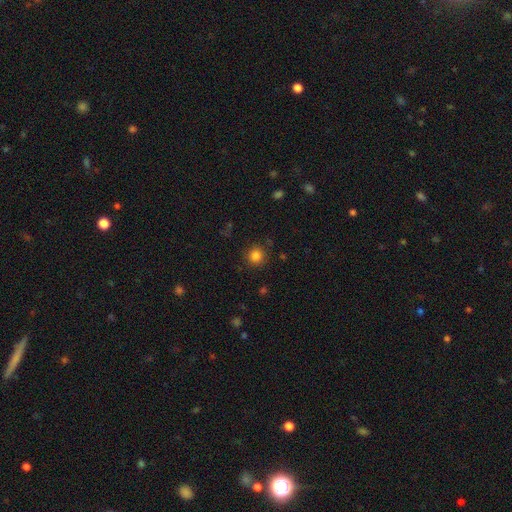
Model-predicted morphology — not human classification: A smooth galaxy with no disk features (83%) that is round (93%). Merging: none (88%).